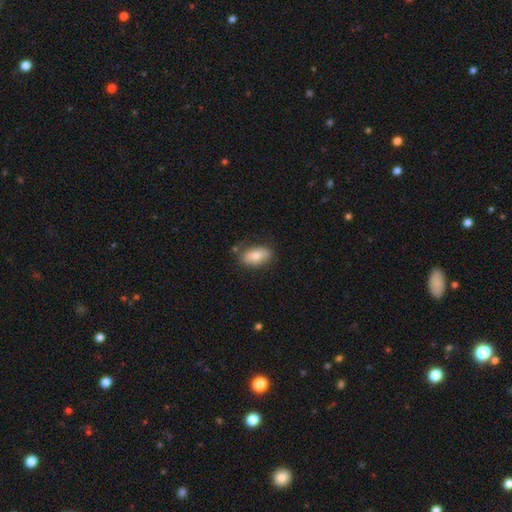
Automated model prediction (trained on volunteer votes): This is likely a smooth galaxy (78%). How rounded: clearly in between (91%). Merging: likely none (75%).